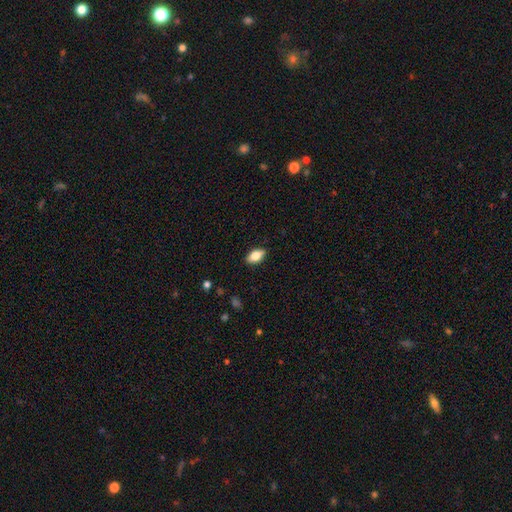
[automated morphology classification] Smooth or featured? smooth (77%)
How rounded? in between (89%)
Merging? none (88%)